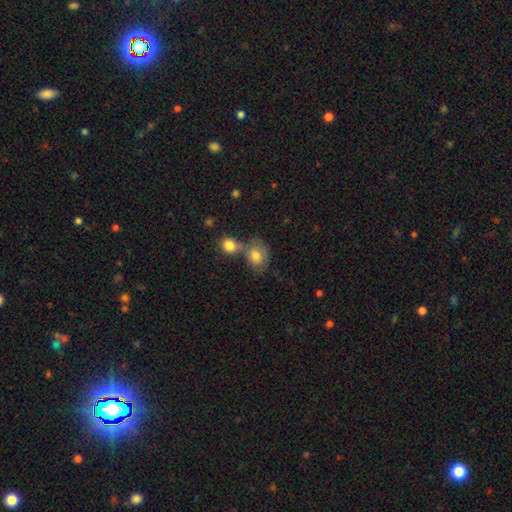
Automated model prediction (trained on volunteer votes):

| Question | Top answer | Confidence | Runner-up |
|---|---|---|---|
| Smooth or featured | smooth | 75% | featured or disk (17%) |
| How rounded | round | 55% | in between (44%) |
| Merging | merger | 45% | none (35%) |